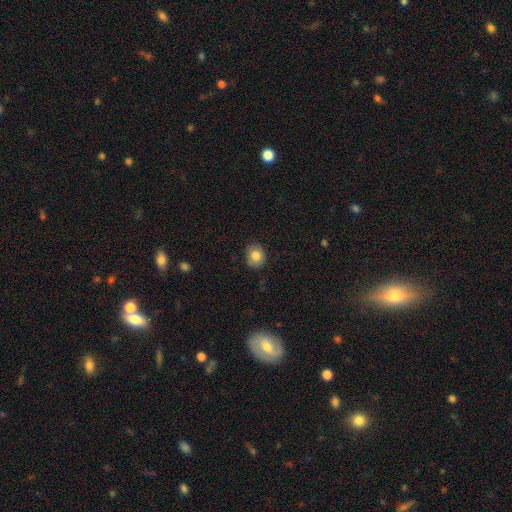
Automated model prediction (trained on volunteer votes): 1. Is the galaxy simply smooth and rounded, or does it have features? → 82% smooth, 10% star or artifact, 8% featured or disk.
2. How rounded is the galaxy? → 72% round, 27% in between, 1% cigar-shaped.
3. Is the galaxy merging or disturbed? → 83% none, 13% minor disturbance, 2% major disturbance, 1% merger.